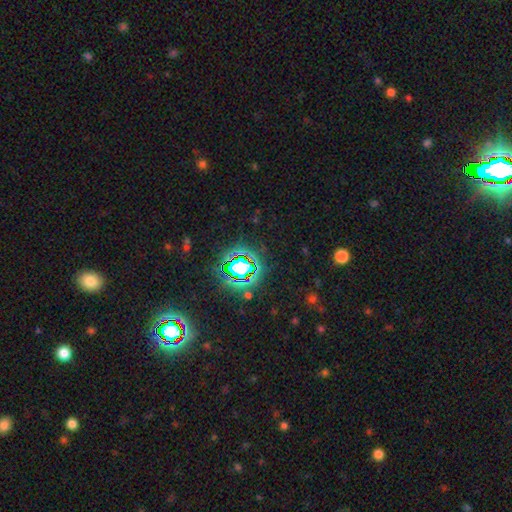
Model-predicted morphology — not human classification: Smooth or featured?
  - star or artifact: 78% *
  - smooth: 13%
  - featured or disk: 8%